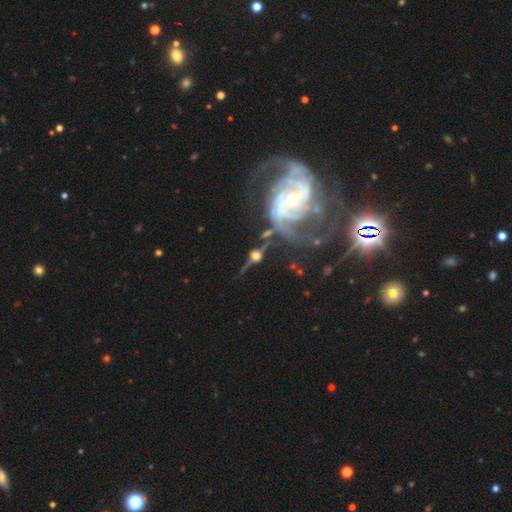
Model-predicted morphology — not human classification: Q: Smooth or featured?
A: featured or disk (76%); runner-up: smooth (14%)
Q: Edge-on disk?
A: no (53%); runner-up: yes (47%)
Q: Merging?
A: none (53%); runner-up: minor disturbance (18%)